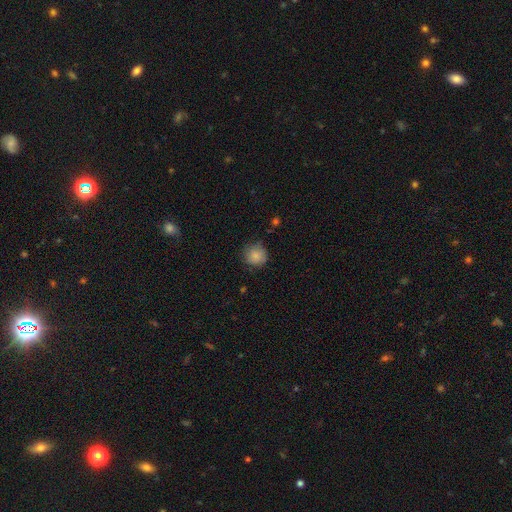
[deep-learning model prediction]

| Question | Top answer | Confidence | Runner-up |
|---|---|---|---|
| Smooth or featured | smooth | 85% | star or artifact (9%) |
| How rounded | round | 91% | in between (8%) |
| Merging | none | 77% | minor disturbance (18%) |